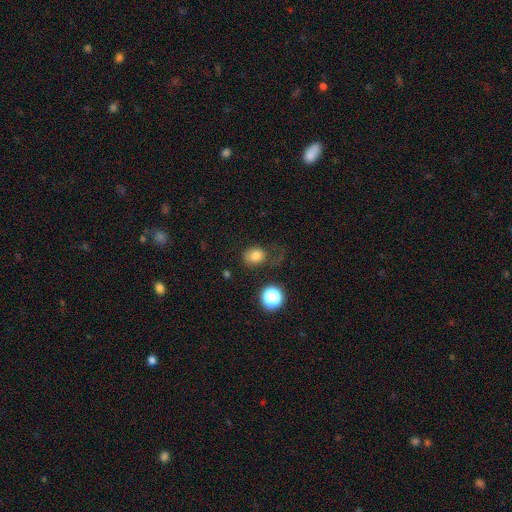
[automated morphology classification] This appears to be a smooth galaxy with no disk features (78%) that is round (56%). Merging: none (48%).